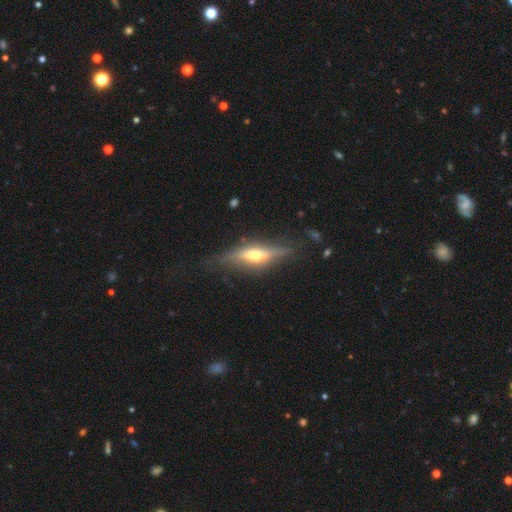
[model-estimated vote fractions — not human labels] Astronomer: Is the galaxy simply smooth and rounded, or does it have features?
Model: featured or disk — 62%.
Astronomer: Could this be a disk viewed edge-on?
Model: yes — 86%.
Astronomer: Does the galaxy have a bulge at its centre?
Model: rounded — 91%.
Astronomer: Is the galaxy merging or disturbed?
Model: none — 72%.